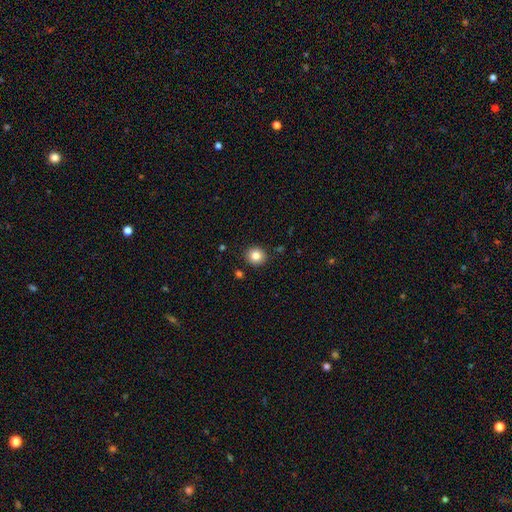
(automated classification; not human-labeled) Smooth or featured? Predicted: smooth (p=0.83). How rounded? Predicted: round (p=0.89). Merging? Predicted: none (p=0.90).